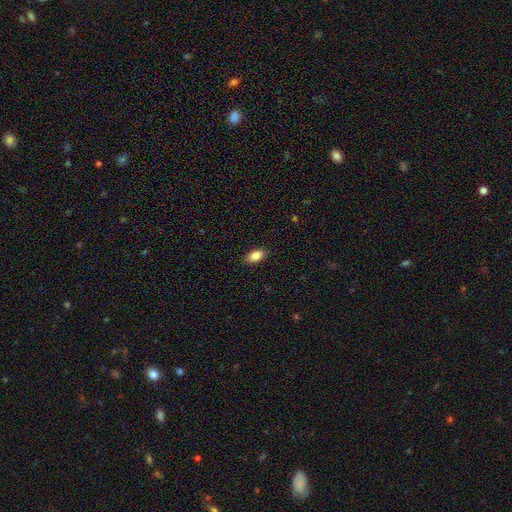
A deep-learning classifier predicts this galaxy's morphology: Smooth or featured? smooth (85%)
How rounded? in between (90%)
Merging? none (88%)